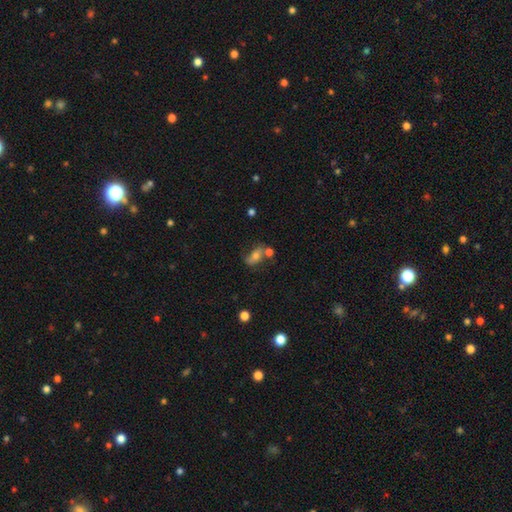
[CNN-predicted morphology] type=smooth (54%); roundness=in between (78%); merging=none (43%).